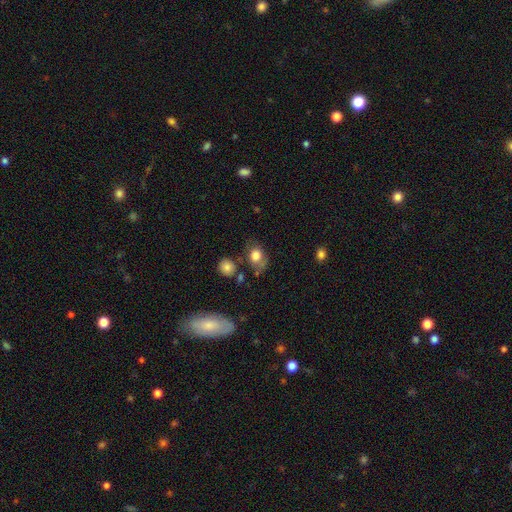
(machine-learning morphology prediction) Q: Smooth or featured?
A: smooth (74%); runner-up: featured or disk (17%)
Q: How rounded?
A: in between (62%); runner-up: round (36%)
Q: Merging?
A: none (57%); runner-up: minor disturbance (24%)